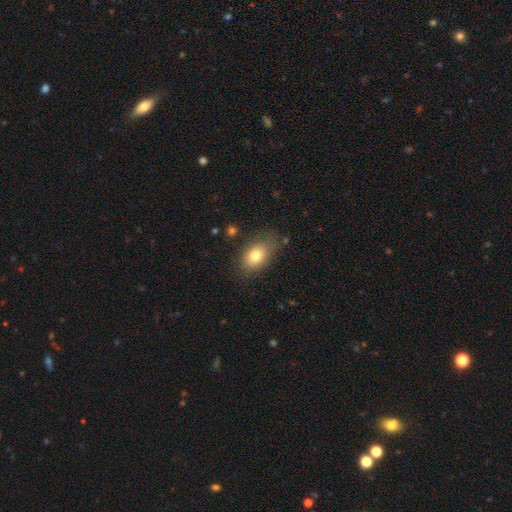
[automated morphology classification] Q: Smooth or featured?
A: smooth (77%); runner-up: featured or disk (13%)
Q: How rounded?
A: in between (83%); runner-up: round (16%)
Q: Merging?
A: none (72%); runner-up: minor disturbance (20%)